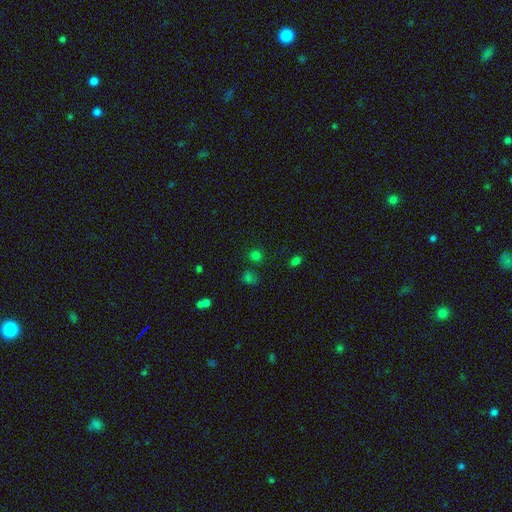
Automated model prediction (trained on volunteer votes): Smooth or featured? smooth (67%)
How rounded? round (86%)
Merging? none (74%)